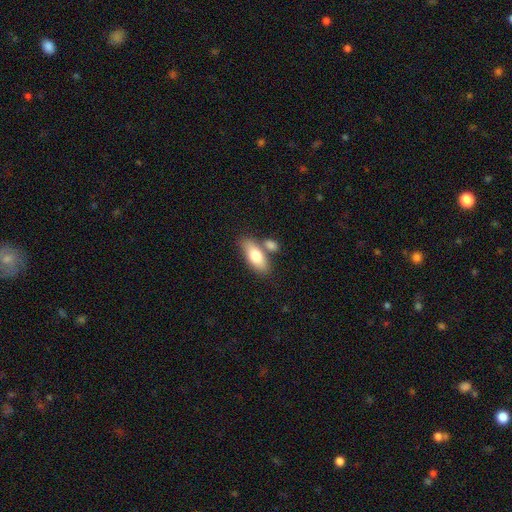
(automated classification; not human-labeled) smooth-or-featured: smooth: 75% | featured or disk: 20% | star or artifact: 6%
  how-rounded: in between: 82% | cigar-shaped: 14% | round: 4%
  merging: none: 58% | merger: 26% | minor disturbance: 12% | major disturbance: 4%